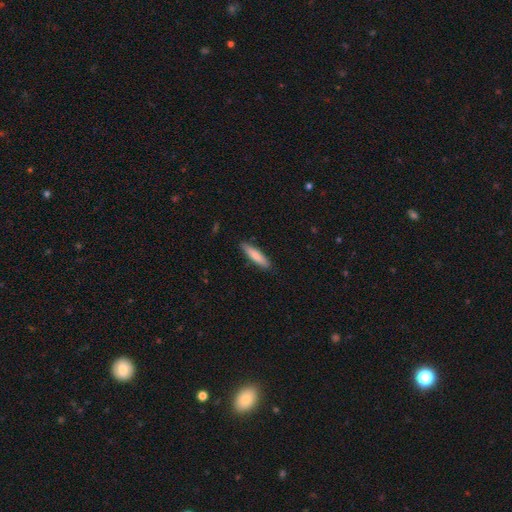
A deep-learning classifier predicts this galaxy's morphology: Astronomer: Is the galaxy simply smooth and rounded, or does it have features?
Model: smooth — 80%.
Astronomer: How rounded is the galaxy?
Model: cigar-shaped — 78%.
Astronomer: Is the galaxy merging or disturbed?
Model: none — 89%.